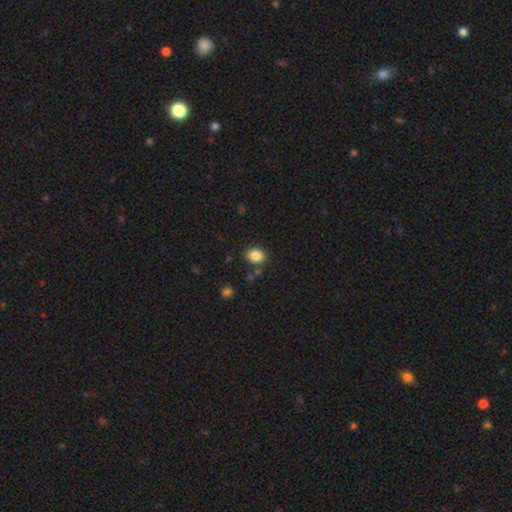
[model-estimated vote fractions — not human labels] A smooth galaxy with no disk features (86%) that is round (51%).

Vote fractions:
- Smooth or featured? smooth: 86% / star or artifact: 9% / featured or disk: 4%
- How rounded? round: 51% / in between: 48% / cigar-shaped: 1%
- Merging? none: 83% / minor disturbance: 10% / merger: 4% / major disturbance: 3%